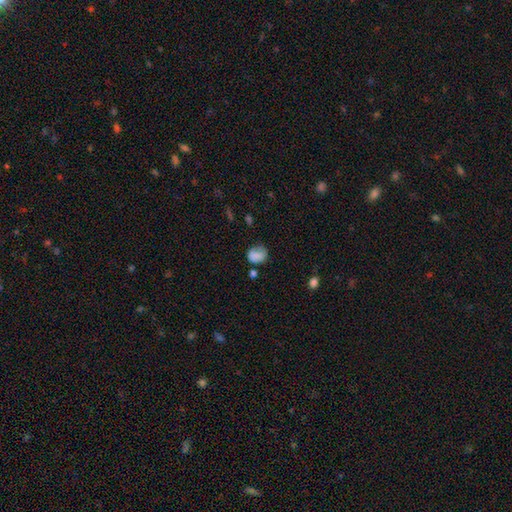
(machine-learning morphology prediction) smooth_or_featured: smooth (p=0.80) [alt: featured or disk p=0.10]
how_rounded: round (p=0.57) [alt: in between p=0.42]
merging: none (p=0.52) [alt: minor disturbance p=0.30]